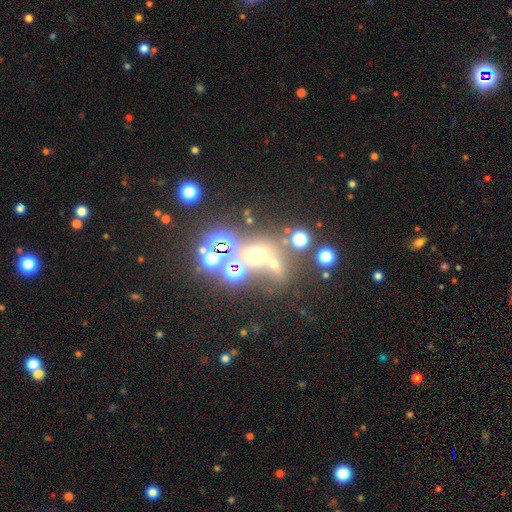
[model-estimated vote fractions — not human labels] Smooth or featured?
  - star or artifact: 44% *
  - smooth: 39%
  - featured or disk: 17%